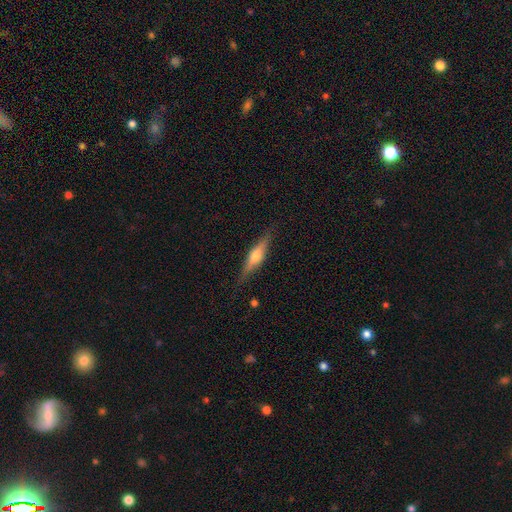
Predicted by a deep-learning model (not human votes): Q: Smooth or featured?
A: featured or disk (62%); runner-up: smooth (31%)
Q: Edge-on disk?
A: yes (96%); runner-up: no (4%)
Q: Edge-on bulge?
A: rounded (88%); runner-up: boxy (8%)
Q: Merging?
A: none (86%); runner-up: minor disturbance (10%)